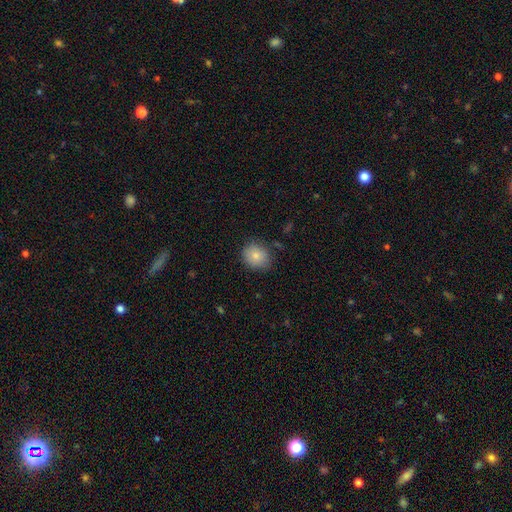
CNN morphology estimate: A smooth galaxy with no disk features (82%) that is round (73%). Merging: none (81%).